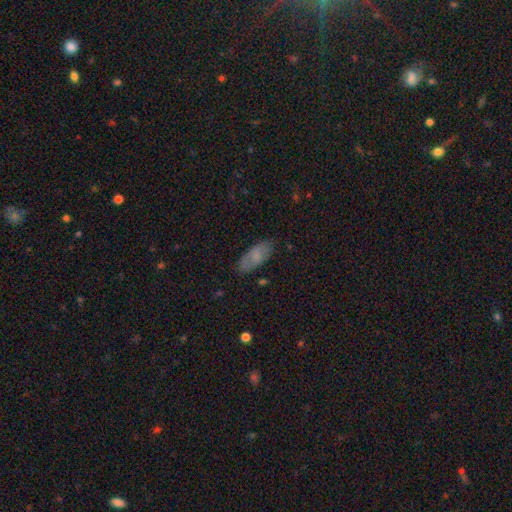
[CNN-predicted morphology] This is likely a smooth galaxy (73%). How rounded: clearly in between (84%). Merging: clearly none (80%).